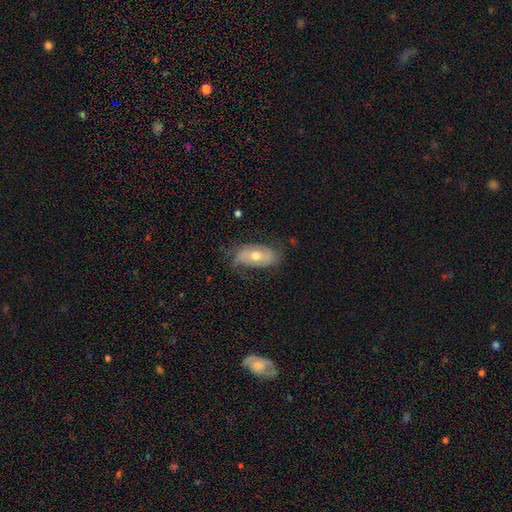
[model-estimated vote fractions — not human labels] Morphology: type=featured or disk (54%); edge-on=no (88%); merging=none (60%).